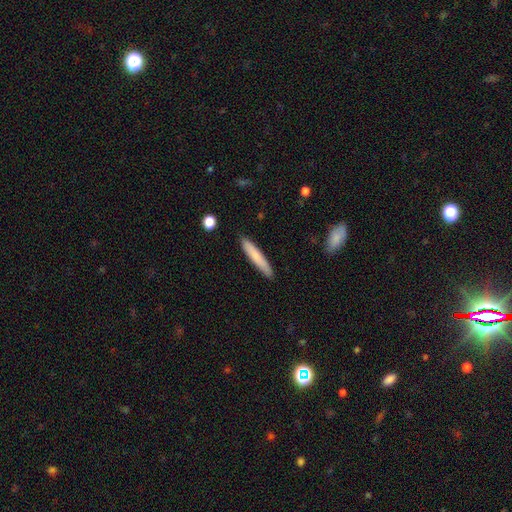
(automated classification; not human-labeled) Smooth or featured? smooth (78%)
How rounded? cigar-shaped (93%)
Merging? none (90%)